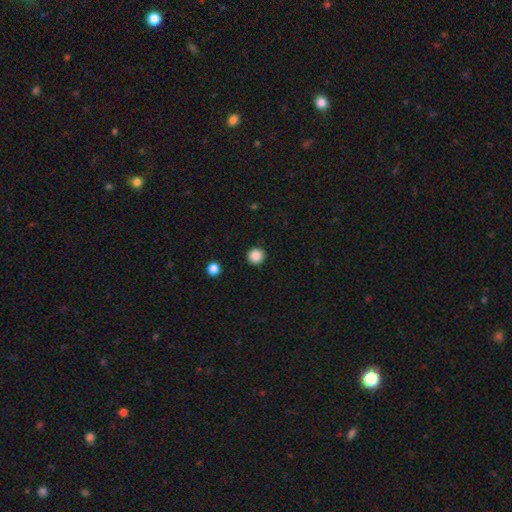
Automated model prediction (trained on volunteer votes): This is clearly a smooth galaxy (87%). How rounded: clearly round (94%). Merging: clearly none (92%).